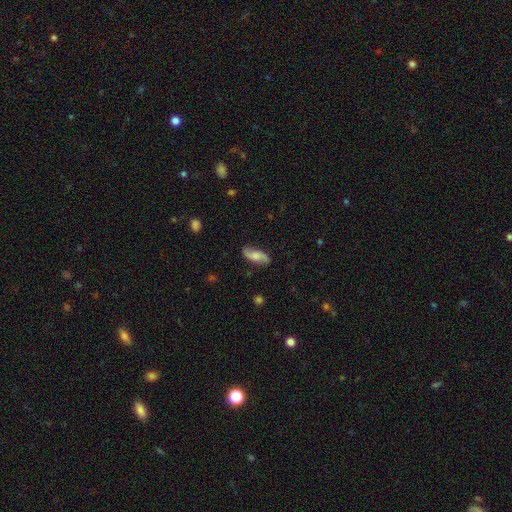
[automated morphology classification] Q: Smooth or featured?
A: smooth (48%); runner-up: featured or disk (45%)
Q: Merging?
A: none (78%); runner-up: minor disturbance (16%)